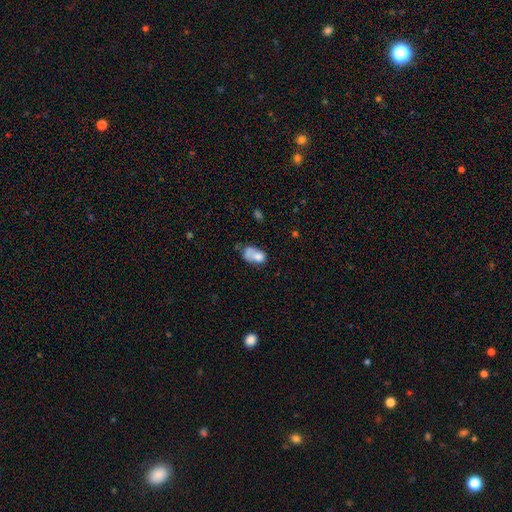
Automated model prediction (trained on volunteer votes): Morphology: type=smooth (71%); roundness=in between (83%); merging=merger (28%).